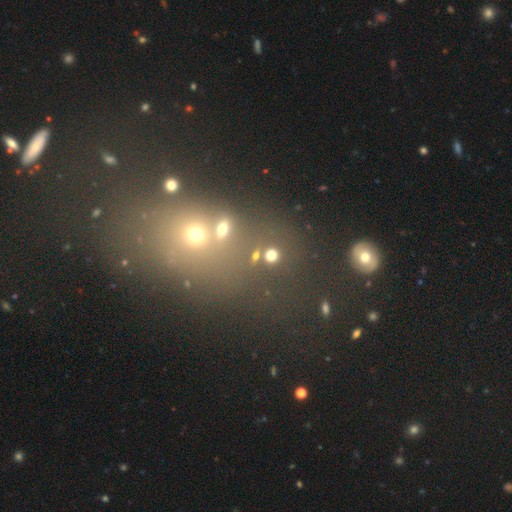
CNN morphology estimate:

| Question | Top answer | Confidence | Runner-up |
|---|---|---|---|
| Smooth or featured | smooth | 70% | star or artifact (22%) |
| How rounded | round | 79% | in between (18%) |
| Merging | none | 69% | merger (19%) |